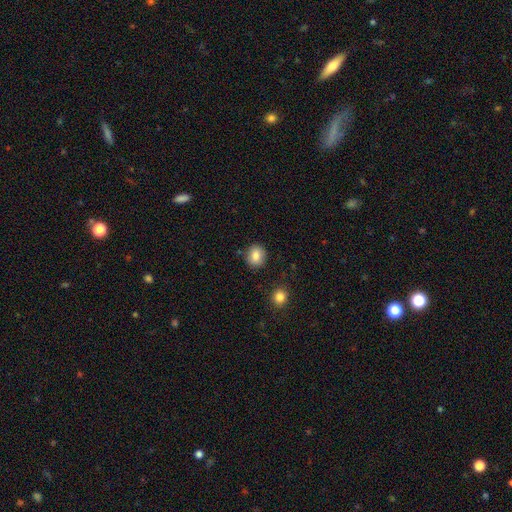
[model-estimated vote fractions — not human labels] smooth-or-featured: smooth: 84% | star or artifact: 9% | featured or disk: 7%
  how-rounded: round: 81% | in between: 18% | cigar-shaped: 1%
  merging: none: 87% | minor disturbance: 8% | merger: 2% | major disturbance: 2%